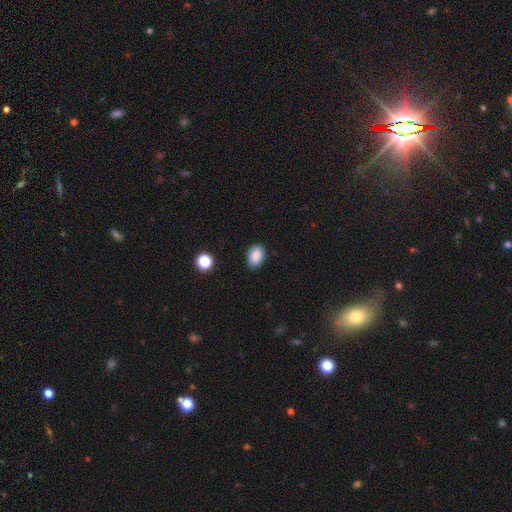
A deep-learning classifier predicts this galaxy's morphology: type=smooth (87%); roundness=in between (83%); merging=none (87%).